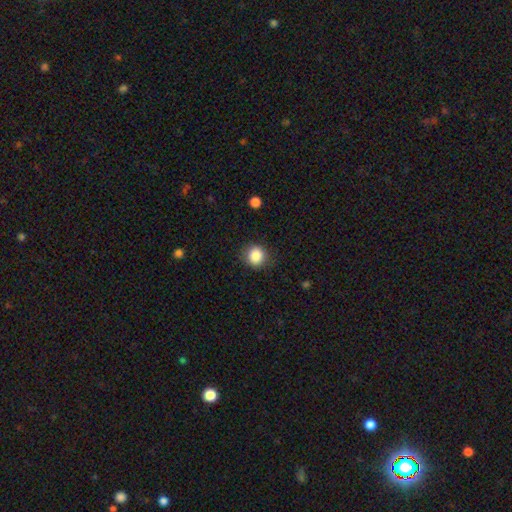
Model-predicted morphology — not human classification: Overall: smooth (86%). How rounded: round (89%). Merging: none (85%).